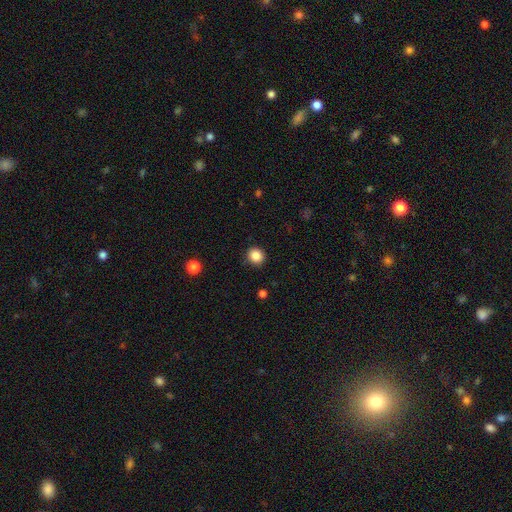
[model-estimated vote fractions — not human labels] A smooth galaxy with no disk features (86%) that is round (86%).

Vote fractions:
- Smooth or featured? smooth: 86% / star or artifact: 10% / featured or disk: 4%
- How rounded? round: 86% / in between: 13% / cigar-shaped: 1%
- Merging? none: 90% / minor disturbance: 7% / major disturbance: 2% / merger: 1%